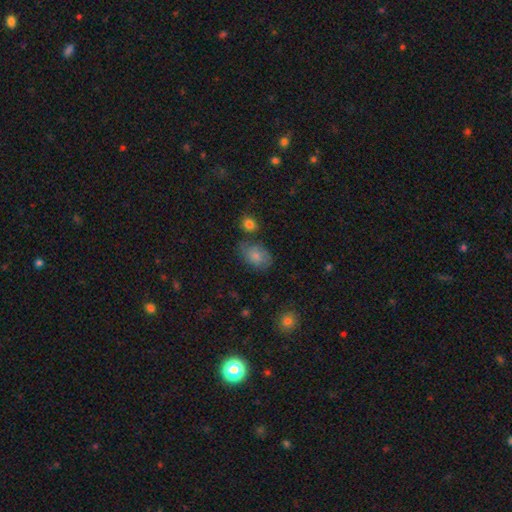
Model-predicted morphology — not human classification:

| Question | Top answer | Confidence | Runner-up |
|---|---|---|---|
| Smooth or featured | smooth | 76% | featured or disk (16%) |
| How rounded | in between | 85% | round (14%) |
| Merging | none | 60% | minor disturbance (24%) |